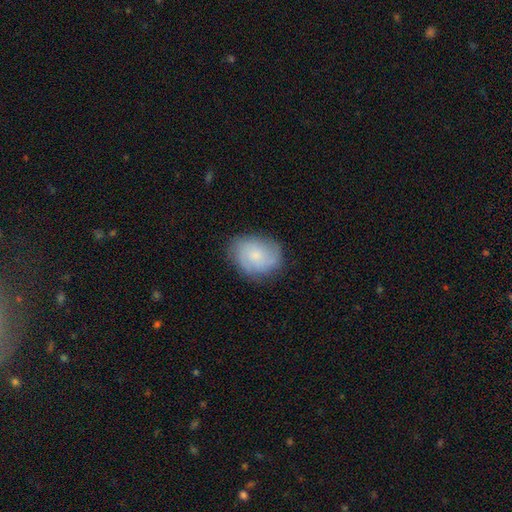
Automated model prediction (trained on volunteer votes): The model was most divided on "smooth or featured": smooth: 53%, featured or disk: 39%, star or artifact: 8%. More confident: merging — none (75%); how rounded — in between (57%).